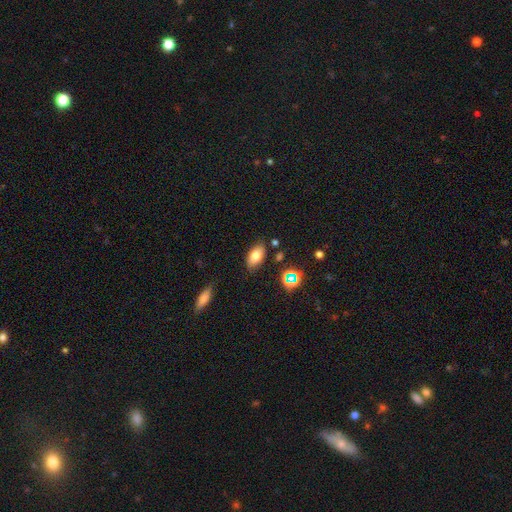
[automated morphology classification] This is likely a smooth galaxy (77%). How rounded: clearly in between (91%). Merging: clearly none (81%).